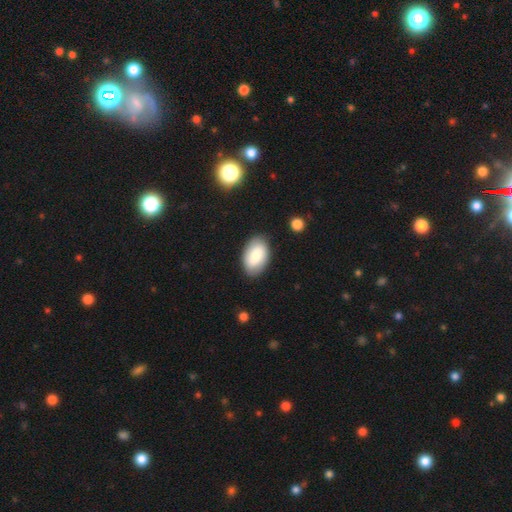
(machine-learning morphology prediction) Smooth or featured: smooth — 74% (featured or disk — 19%)
How rounded: in between — 93% (round — 6%)
Merging: none — 85% (minor disturbance — 11%)